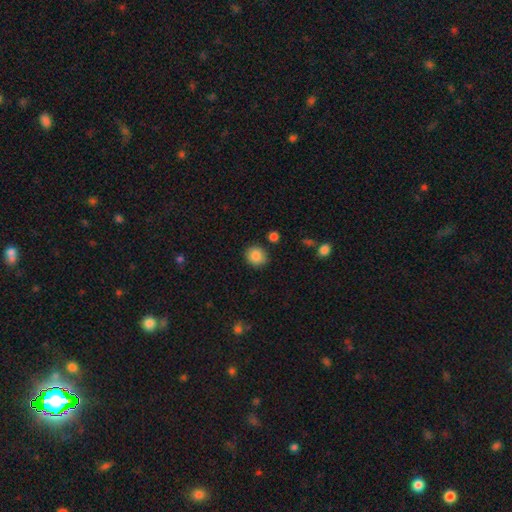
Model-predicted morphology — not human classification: type=smooth (86%); roundness=round (85%); merging=none (87%).